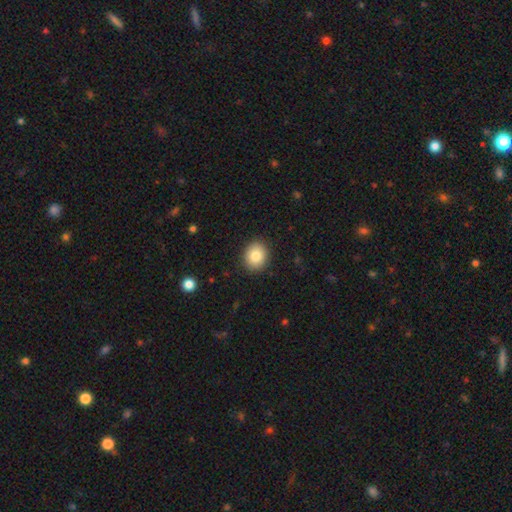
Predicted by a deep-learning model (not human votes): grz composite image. It shows a smooth galaxy with no disk features (85%) that is round (66%). Merging: none (90%).